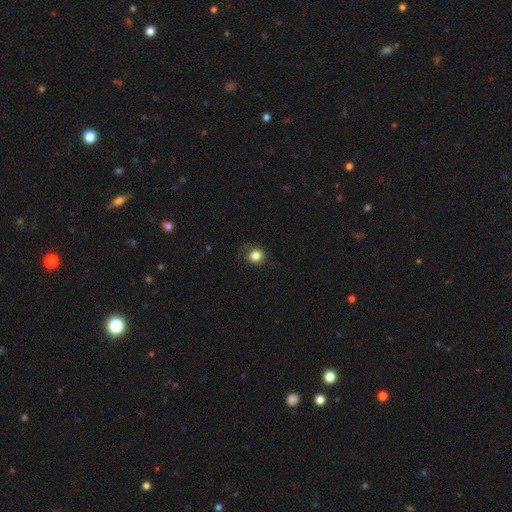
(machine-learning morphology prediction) A smooth galaxy with no disk features (83%) that is round (86%). Merging: none (78%).